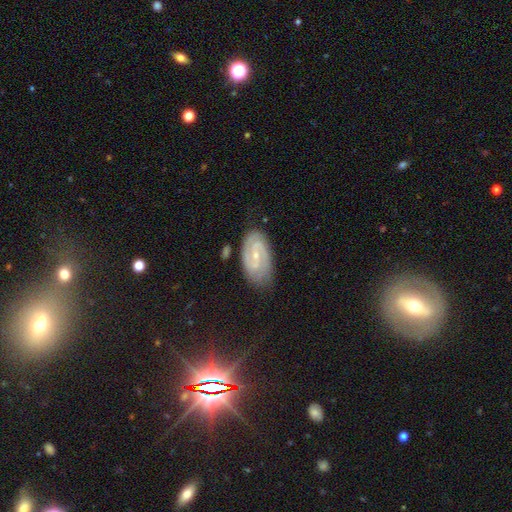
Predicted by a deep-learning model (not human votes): A featured or disk galaxy (85%) with a weak bar (48%), 2 (78%) tight (50%) spiral arms (97%) and a small central bulge (71%).

Vote fractions:
- Smooth or featured? featured or disk: 85% / smooth: 9% / star or artifact: 6%
- Edge-on disk? no: 96% / yes: 4%
- Bar? weak: 48% / no: 37% / strong: 15%
- Spiral arms? yes: 97% / no: 3%
- Spiral winding? tight: 50% / medium: 40% / loose: 10%
- Spiral arm count? 2: 78% / can't tell: 8% / 3: 8% / 4: 2% / 1: 2% / more than 4: 2%
- Bulge size? small: 71% / moderate: 25% / none: 2% / large: 1% / dominant: 1%
- Merging? none: 79% / minor disturbance: 16% / major disturbance: 4% / merger: 2%